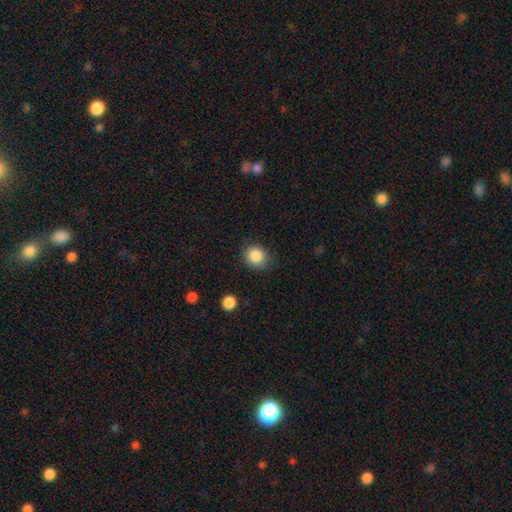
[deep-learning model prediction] Smooth or featured?
  - smooth: 87% *
  - star or artifact: 9%
  - featured or disk: 4%
How rounded?
  - round: 78% *
  - in between: 21%
  - cigar-shaped: 1%
Merging?
  - none: 85% *
  - minor disturbance: 10%
  - major disturbance: 3%
  - merger: 1%